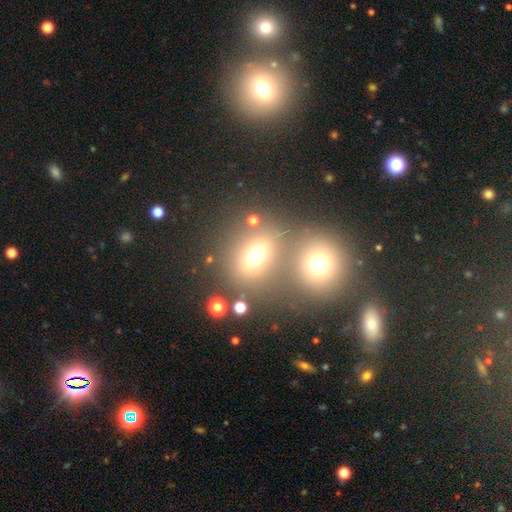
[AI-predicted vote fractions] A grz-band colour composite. It shows a smooth galaxy with no disk features (66%) that is round (55%). Merging: none (47%).